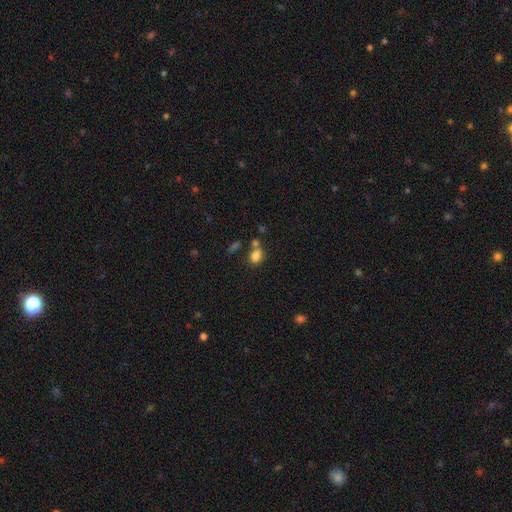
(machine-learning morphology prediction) smooth_or_featured: smooth (p=0.79) [alt: star or artifact p=0.12]
how_rounded: in between (p=0.57) [alt: round p=0.41]
merging: none (p=0.50) [alt: merger p=0.30]